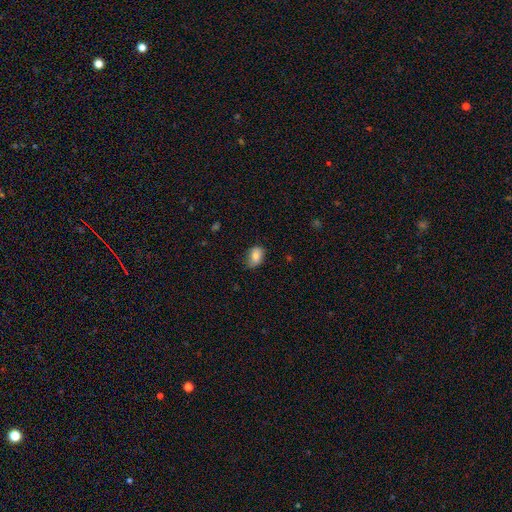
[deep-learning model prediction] Overall: smooth (83%). How rounded: in between (81%). Merging: none (65%; minor disturbance 28%).